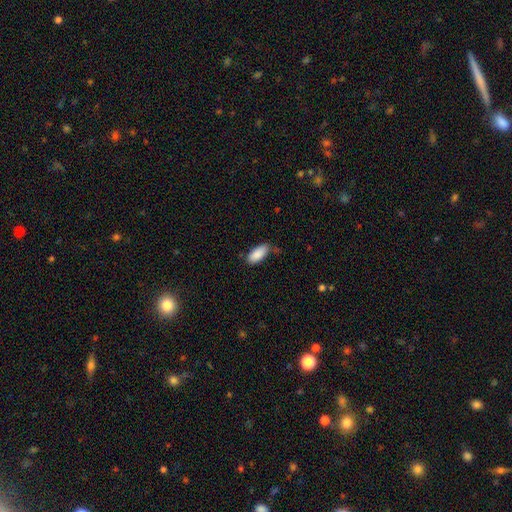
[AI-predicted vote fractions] Morphology: type=smooth (88%); roundness=in between (89%); merging=none (65%).